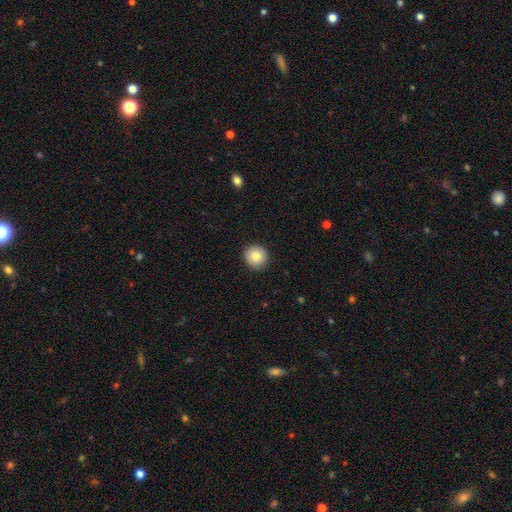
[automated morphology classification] A smooth galaxy with no disk features (83%) that is round (94%). Merging: none (91%).